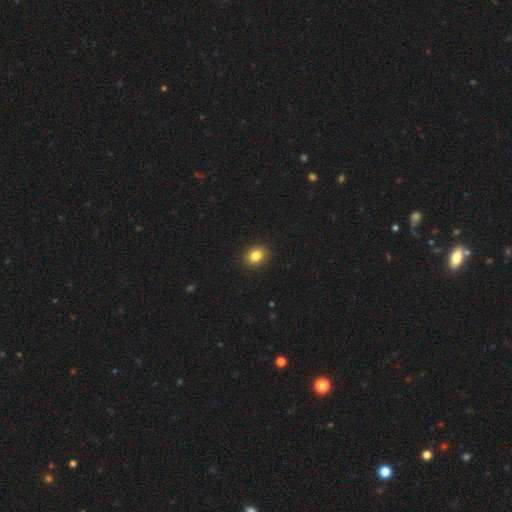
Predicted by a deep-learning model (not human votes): Overall: smooth (84%). How rounded: round (58%; in between 41%). Merging: none (91%).